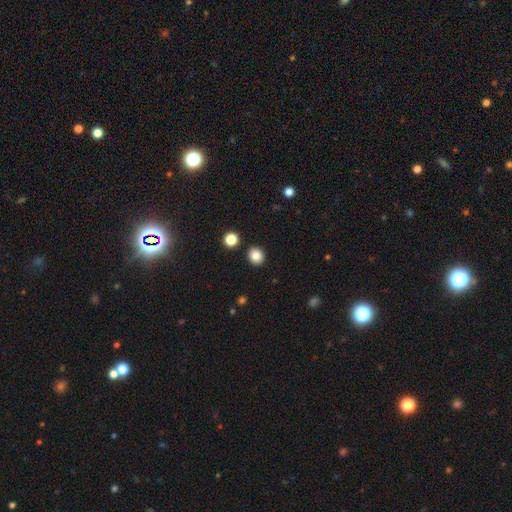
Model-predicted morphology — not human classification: Smooth or featured? Predicted: smooth (p=0.84). How rounded? Predicted: round (p=0.84). Merging? Predicted: none (p=0.91).